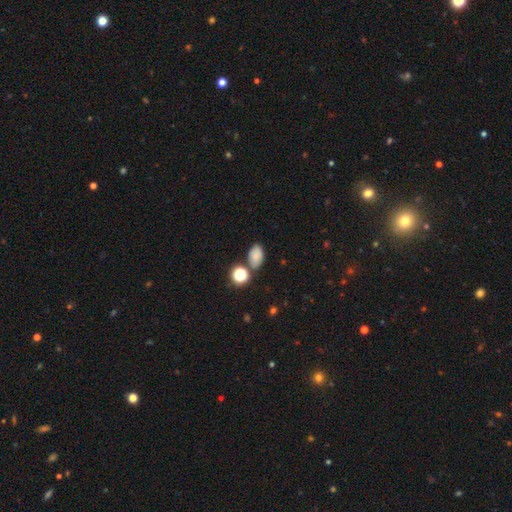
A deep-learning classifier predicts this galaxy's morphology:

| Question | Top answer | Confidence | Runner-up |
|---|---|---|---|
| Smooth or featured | smooth | 78% | star or artifact (14%) |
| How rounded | in between | 86% | round (13%) |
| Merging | none | 72% | minor disturbance (14%) |